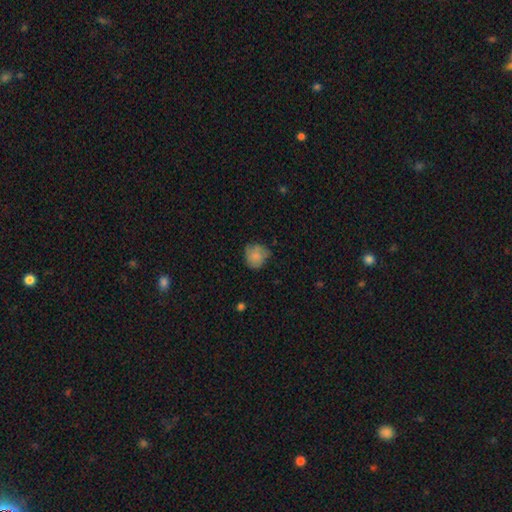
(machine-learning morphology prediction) Smooth or featured? smooth (75%)
How rounded? round (79%)
Merging? none (63%)